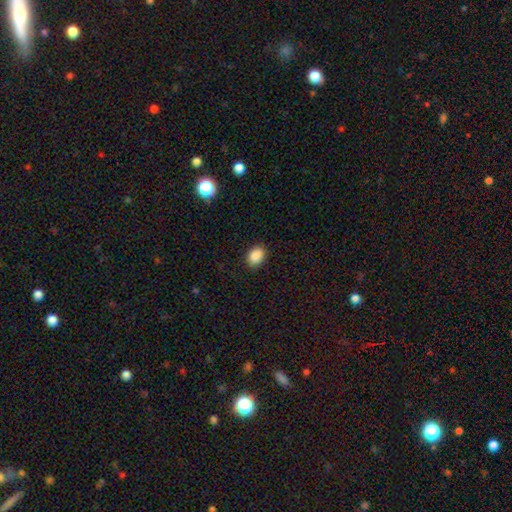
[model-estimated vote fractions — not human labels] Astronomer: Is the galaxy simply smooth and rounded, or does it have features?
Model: smooth — 88%.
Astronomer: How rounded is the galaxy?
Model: in between — 74%.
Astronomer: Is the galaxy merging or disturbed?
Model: none — 88%.